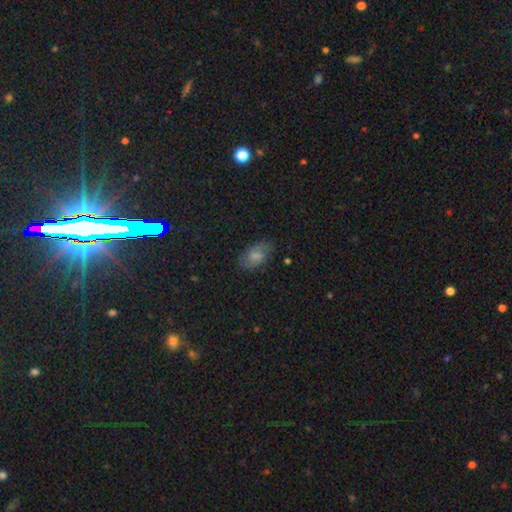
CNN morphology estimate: Overall: smooth (63%; featured or disk 26%). How rounded: in between (91%). Merging: none (71%).